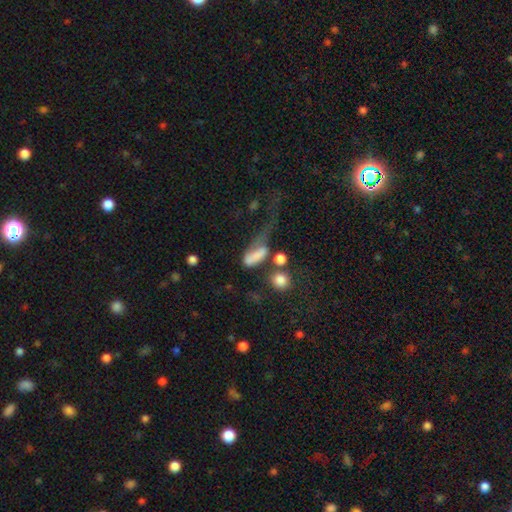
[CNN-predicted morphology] Overall: smooth (70%). How rounded: in between (75%). Merging: major disturbance (46%; merger 24%).